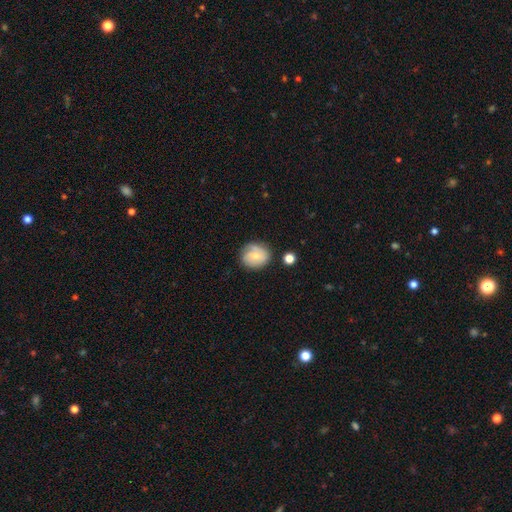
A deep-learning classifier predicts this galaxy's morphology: A smooth galaxy with no disk features (54%) that is round (73%). Merging: none (67%).